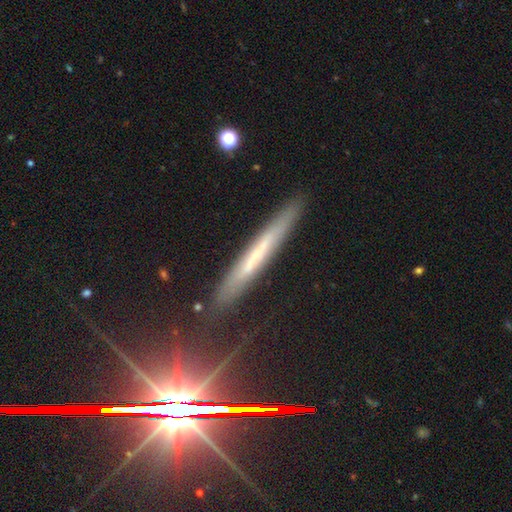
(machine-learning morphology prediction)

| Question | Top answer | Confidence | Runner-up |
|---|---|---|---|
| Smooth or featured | featured or disk | 46% | smooth (43%) |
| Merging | none | 87% | minor disturbance (9%) |